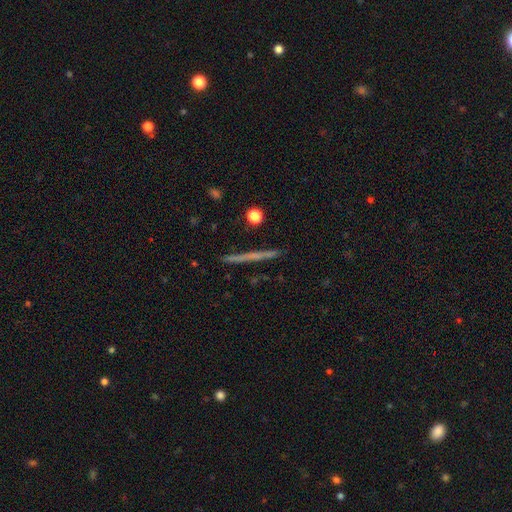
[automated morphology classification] Smooth or featured? Predicted: featured or disk (p=0.52). Edge-on disk? Predicted: yes (p=0.97). Edge-on bulge? Predicted: none (p=0.90). Merging? Predicted: none (p=0.91).